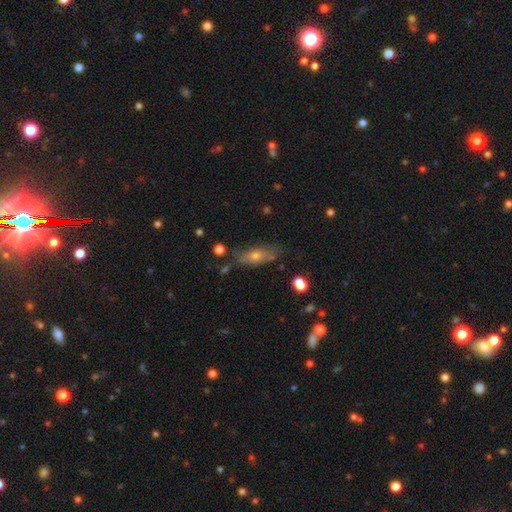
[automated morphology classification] The model was most divided on "smooth or featured": smooth: 55%, featured or disk: 35%, star or artifact: 10%. More confident: how rounded — in between (65%); merging — none (64%).